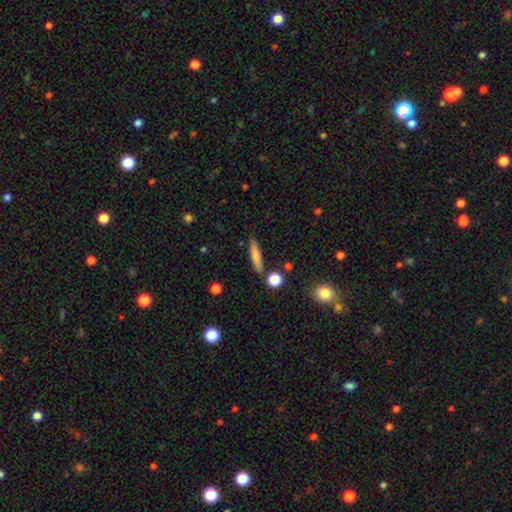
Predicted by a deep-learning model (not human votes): Q: Smooth or featured?
A: smooth (75%); runner-up: featured or disk (17%)
Q: How rounded?
A: cigar-shaped (81%); runner-up: in between (16%)
Q: Merging?
A: none (82%); runner-up: minor disturbance (11%)